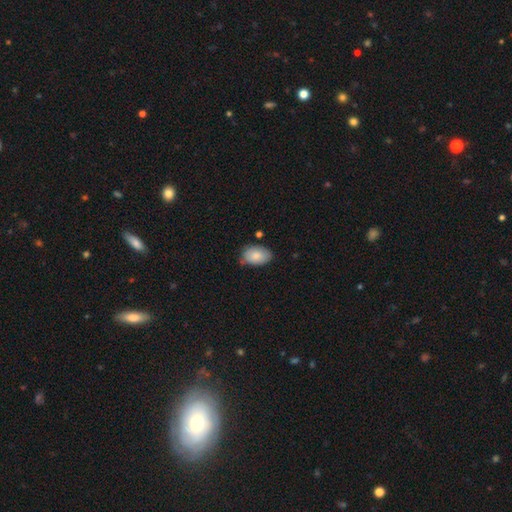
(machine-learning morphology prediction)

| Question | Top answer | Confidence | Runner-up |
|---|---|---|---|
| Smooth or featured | smooth | 84% | featured or disk (10%) |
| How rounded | in between | 90% | round (9%) |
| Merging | none | 68% | minor disturbance (24%) |